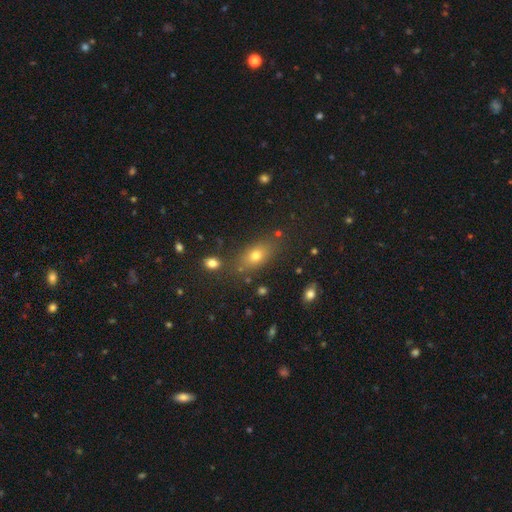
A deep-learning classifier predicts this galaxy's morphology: smooth_or_featured: smooth (p=0.68) [alt: star or artifact p=0.18]
how_rounded: in between (p=0.73) [alt: round p=0.19]
merging: none (p=0.78) [alt: minor disturbance p=0.12]